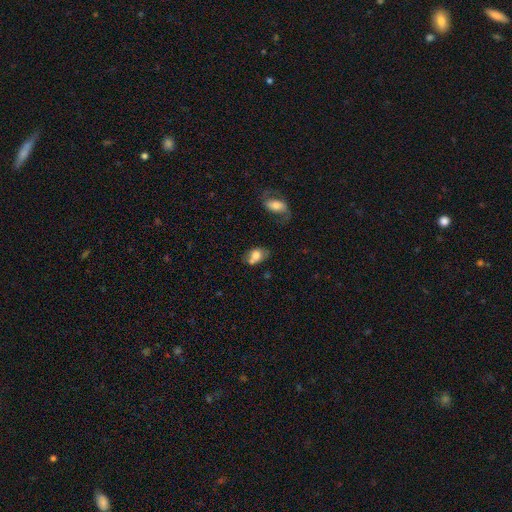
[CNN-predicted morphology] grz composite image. It shows a smooth galaxy with no disk features (71%) that is in between round and cigar-shaped (75%). Merging: none (39%).